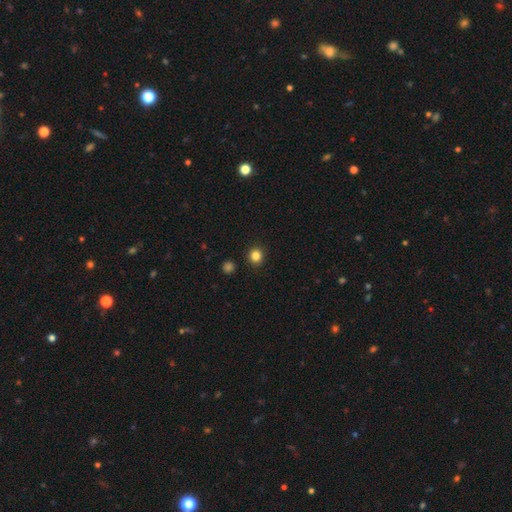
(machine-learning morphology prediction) A smooth galaxy with no disk features (84%) that is round (88%).

Vote fractions:
- Smooth or featured? smooth: 84% / star or artifact: 12% / featured or disk: 4%
- How rounded? round: 88% / in between: 11% / cigar-shaped: 1%
- Merging? none: 92% / minor disturbance: 5% / major disturbance: 2% / merger: 1%